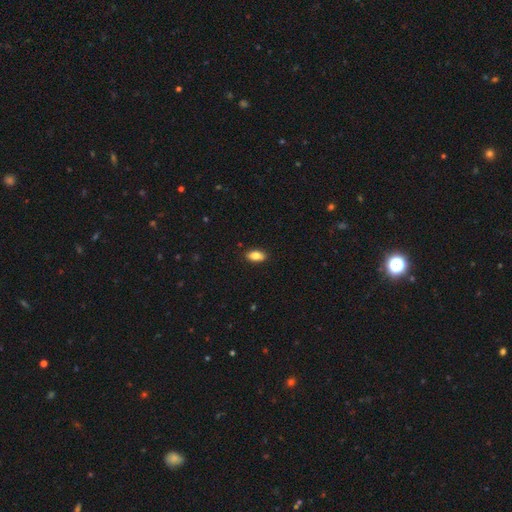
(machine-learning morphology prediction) A smooth galaxy with no disk features (84%) that is in between round and cigar-shaped (90%).

Vote fractions:
- Smooth or featured? smooth: 84% / featured or disk: 9% / star or artifact: 7%
- How rounded? in between: 90% / cigar-shaped: 5% / round: 5%
- Merging? none: 88% / minor disturbance: 9% / major disturbance: 2% / merger: 1%